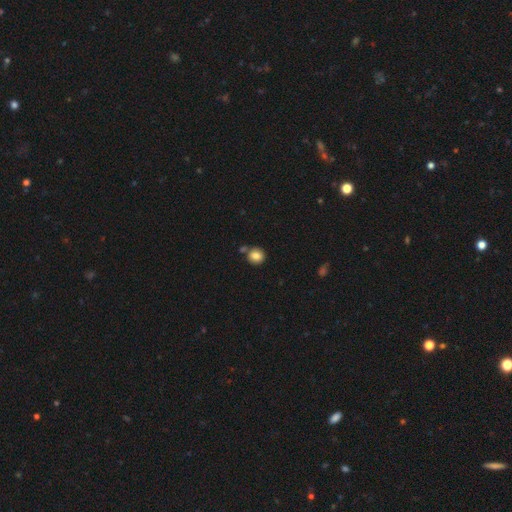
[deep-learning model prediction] smooth_or_featured: smooth (p=0.83) [alt: star or artifact p=0.10]
how_rounded: round (p=0.87) [alt: in between p=0.12]
merging: none (p=0.70) [alt: merger p=0.16]